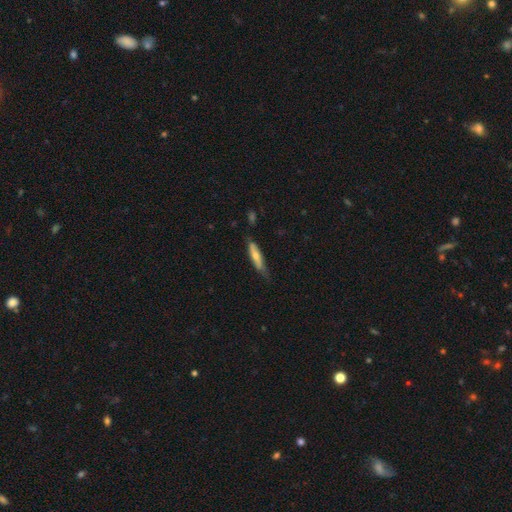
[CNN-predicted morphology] smooth_or_featured: smooth (p=0.59) [alt: featured or disk p=0.35]
how_rounded: cigar-shaped (p=0.77) [alt: in between p=0.22]
merging: none (p=0.61) [alt: minor disturbance p=0.30]